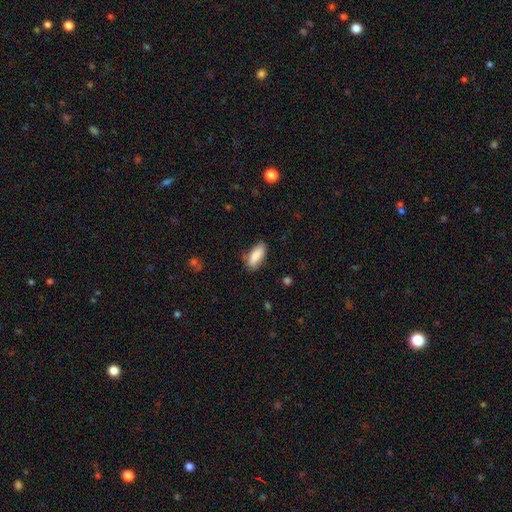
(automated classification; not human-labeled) A smooth galaxy with no disk features (87%) that is in between round and cigar-shaped (79%). Merging: none (76%).